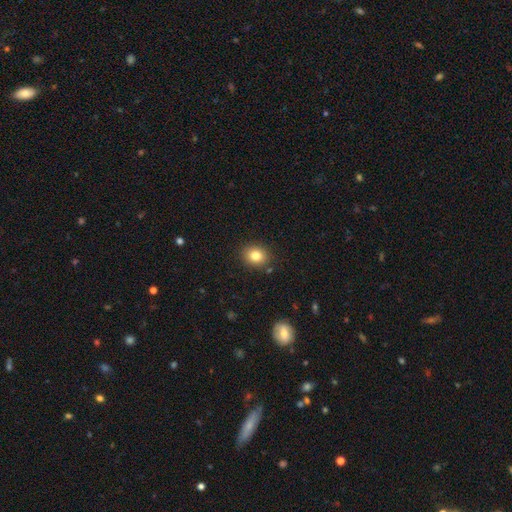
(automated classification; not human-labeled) This appears to be a smooth galaxy with no disk features (82%) that is round (62%). Merging: none (87%).